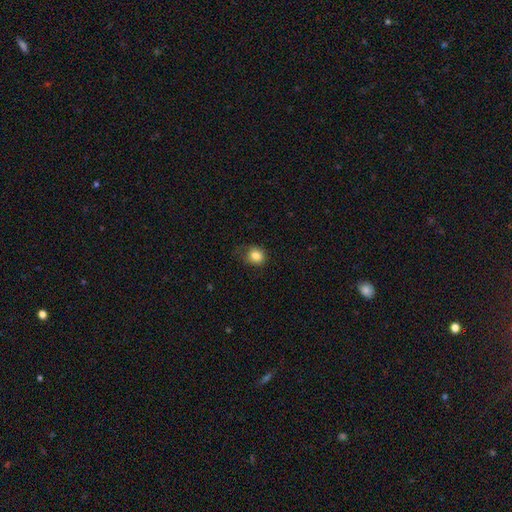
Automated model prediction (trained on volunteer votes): A smooth galaxy with no disk features (84%) that is round (74%). Merging: none (66%).